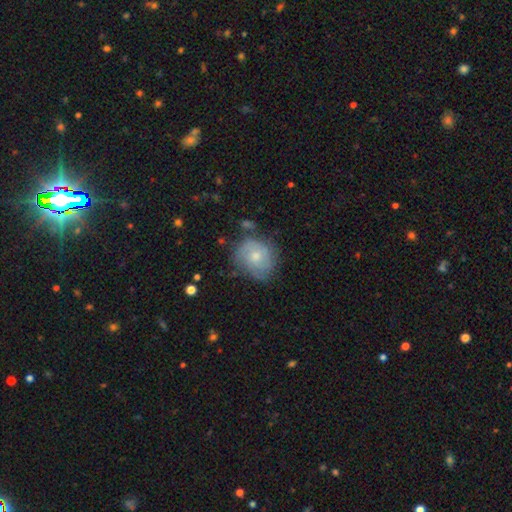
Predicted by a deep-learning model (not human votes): featured or disk 49%, smooth 43%, star or artifact 8%. Down the decision tree: merging — none (62%).